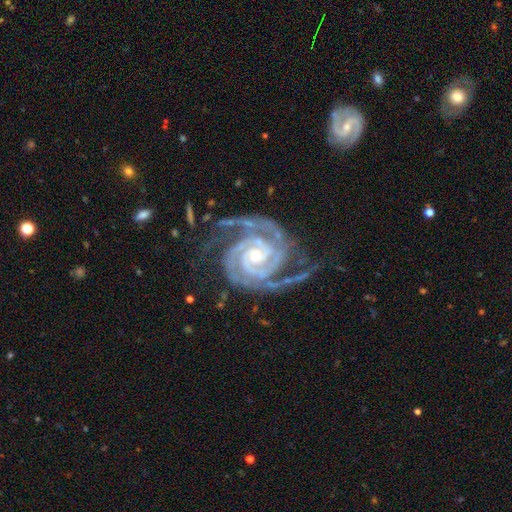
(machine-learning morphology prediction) Q: Smooth or featured?
A: featured or disk (94%); runner-up: star or artifact (4%)
Q: Edge-on disk?
A: no (98%); runner-up: yes (2%)
Q: Bar?
A: no (60%); runner-up: weak (26%)
Q: Spiral arms?
A: yes (99%); runner-up: no (1%)
Q: Spiral winding?
A: tight (76%); runner-up: medium (22%)
Q: Spiral arm count?
A: 2 (63%); runner-up: 3 (19%)
Q: Bulge size?
A: small (58%); runner-up: moderate (38%)
Q: Merging?
A: none (64%); runner-up: minor disturbance (20%)